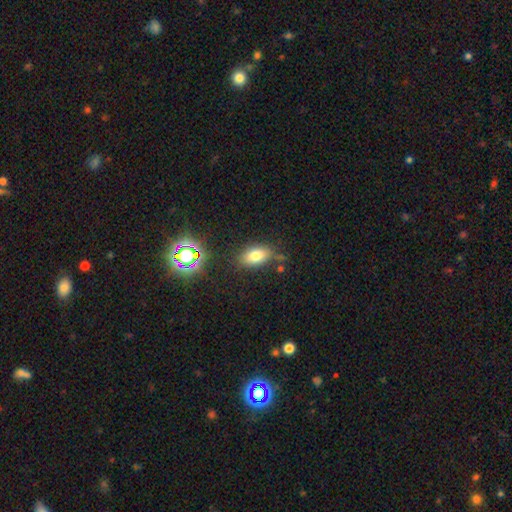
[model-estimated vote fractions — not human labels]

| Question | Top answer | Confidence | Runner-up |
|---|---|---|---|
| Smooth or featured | smooth | 74% | star or artifact (14%) |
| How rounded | in between | 85% | round (12%) |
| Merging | none | 72% | minor disturbance (18%) |